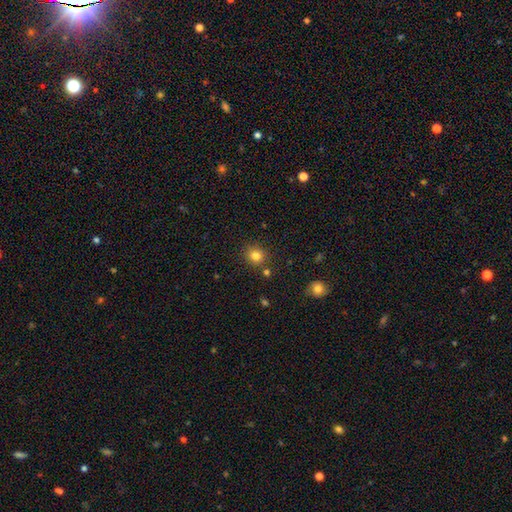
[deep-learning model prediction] This appears to be a smooth galaxy with no disk features (82%) that is round (81%). Merging: none (82%).